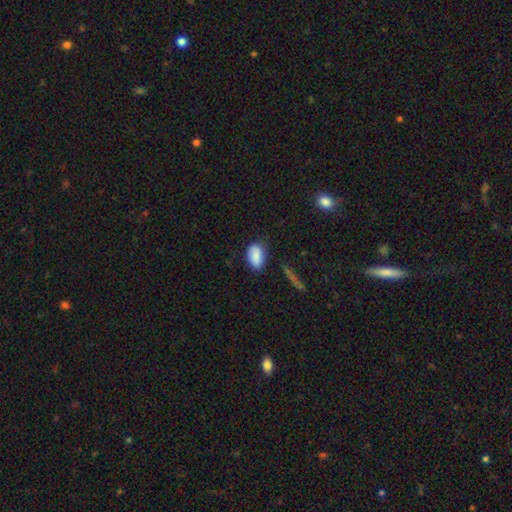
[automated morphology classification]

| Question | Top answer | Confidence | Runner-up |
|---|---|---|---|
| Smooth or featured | smooth | 85% | star or artifact (8%) |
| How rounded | in between | 90% | round (8%) |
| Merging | none | 71% | minor disturbance (21%) |